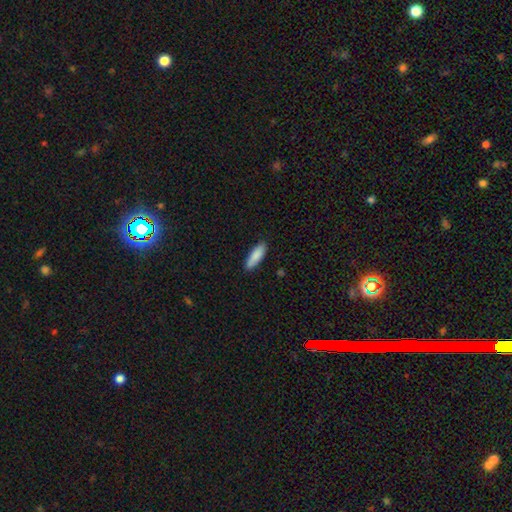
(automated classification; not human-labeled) Smooth or featured? Predicted: smooth (p=0.88). How rounded? Predicted: in between (p=0.52). Merging? Predicted: none (p=0.86).